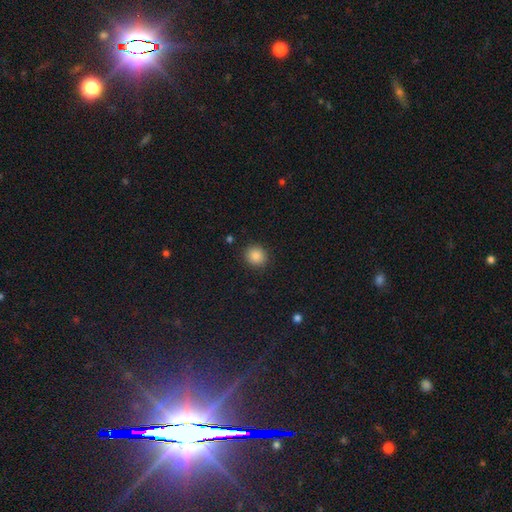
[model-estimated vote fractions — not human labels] Smooth or featured: smooth — 85% (star or artifact — 10%)
How rounded: round — 87% (in between — 12%)
Merging: none — 90% (minor disturbance — 6%)